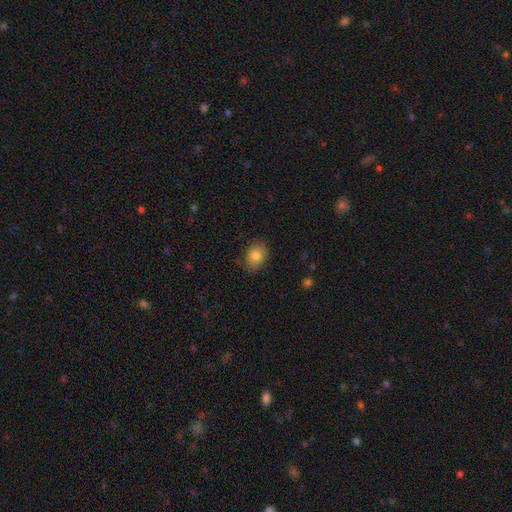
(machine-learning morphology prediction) smooth_or_featured: smooth (p=0.83) [alt: star or artifact p=0.09]
how_rounded: in between (p=0.65) [alt: round p=0.34]
merging: none (p=0.83) [alt: minor disturbance p=0.13]